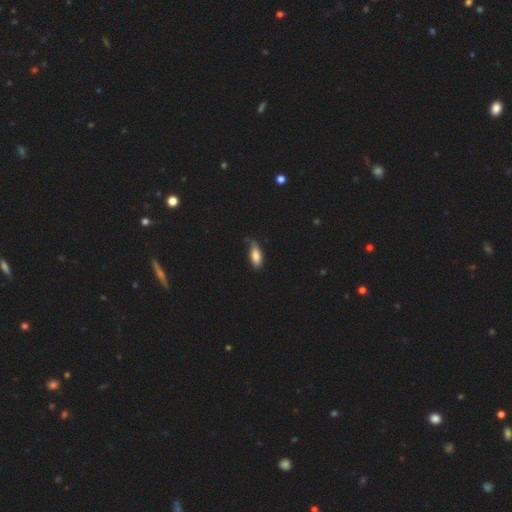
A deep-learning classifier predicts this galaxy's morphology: Smooth or featured? Predicted: smooth (p=0.79). How rounded? Predicted: in between (p=0.84). Merging? Predicted: none (p=0.42).